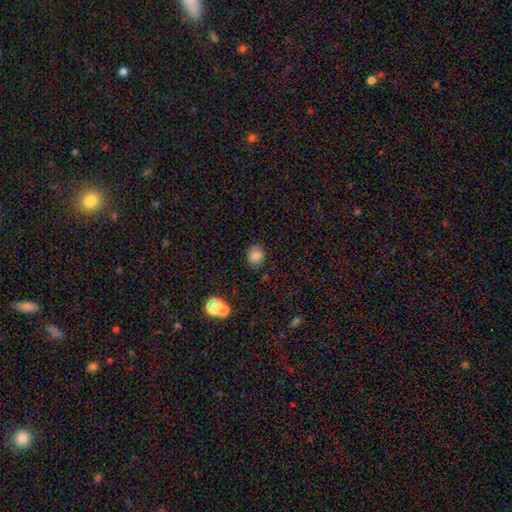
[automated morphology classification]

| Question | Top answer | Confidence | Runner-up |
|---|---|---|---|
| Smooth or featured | smooth | 80% | star or artifact (13%) |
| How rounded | round | 63% | in between (36%) |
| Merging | none | 82% | minor disturbance (11%) |